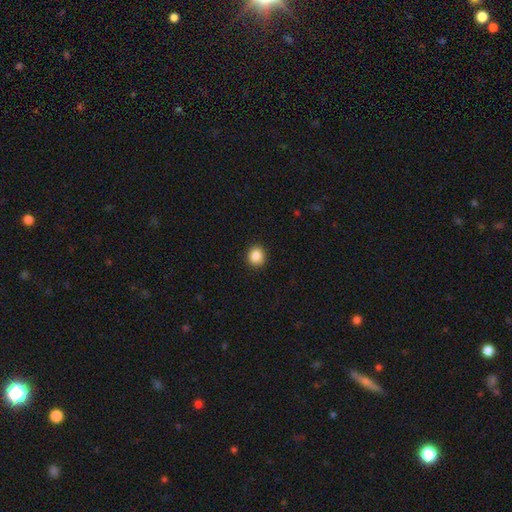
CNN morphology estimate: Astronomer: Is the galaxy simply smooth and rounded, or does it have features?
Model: smooth — 87%.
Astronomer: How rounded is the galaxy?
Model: round — 82%.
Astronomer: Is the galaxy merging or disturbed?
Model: none — 91%.